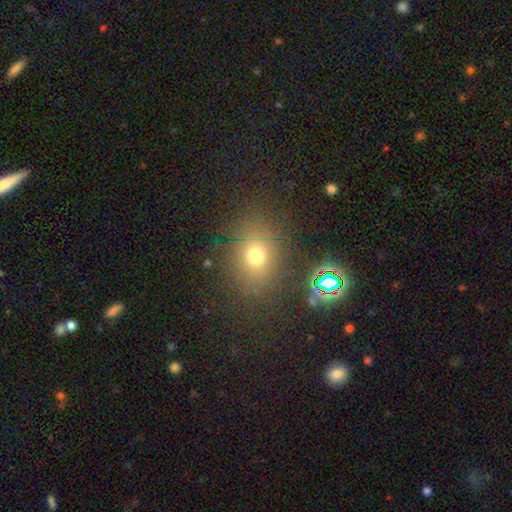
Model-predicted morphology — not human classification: A smooth galaxy with no disk features (68%) that is round (55%). Merging: none (78%).